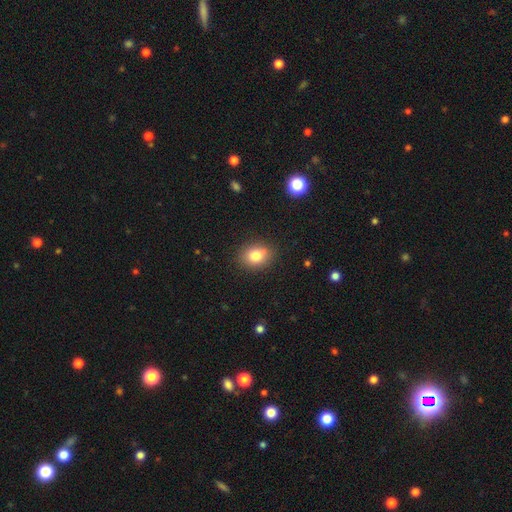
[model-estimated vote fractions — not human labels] smooth-or-featured: smooth: 79% | star or artifact: 11% | featured or disk: 10%
  how-rounded: in between: 55% | round: 44% | cigar-shaped: 1%
  merging: none: 80% | minor disturbance: 13% | merger: 4% | major disturbance: 3%